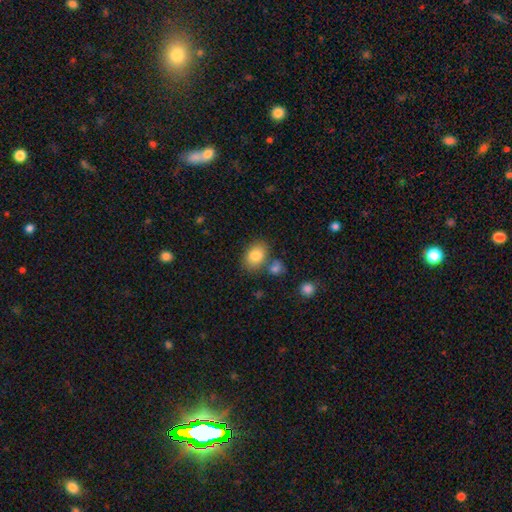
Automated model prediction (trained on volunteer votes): smooth-or-featured: smooth: 82% | featured or disk: 10% | star or artifact: 8%
  how-rounded: in between: 74% | round: 24% | cigar-shaped: 1%
  merging: none: 68% | merger: 14% | minor disturbance: 14% | major disturbance: 4%